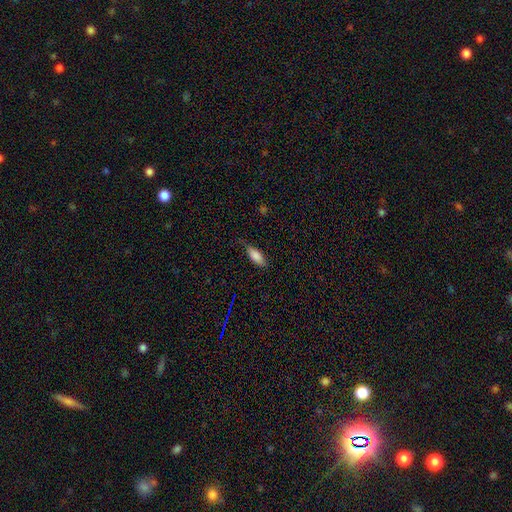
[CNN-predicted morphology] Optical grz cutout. It shows a smooth galaxy with no disk features (84%) that is in between round and cigar-shaped (76%). Merging: none (71%).